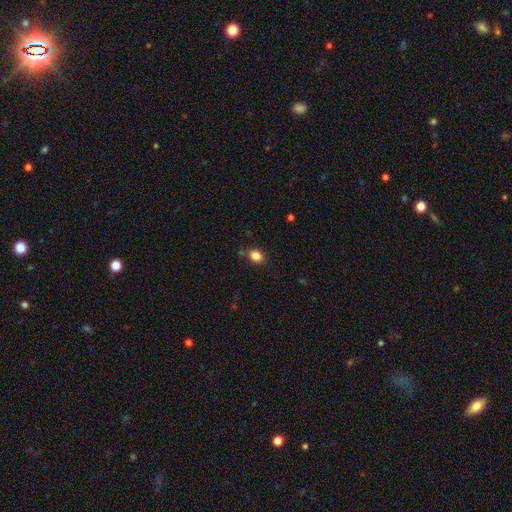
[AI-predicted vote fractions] Smooth or featured?
  - smooth: 84% *
  - star or artifact: 11%
  - featured or disk: 5%
How rounded?
  - in between: 54% *
  - round: 45%
  - cigar-shaped: 1%
Merging?
  - none: 82% *
  - minor disturbance: 11%
  - merger: 4%
  - major disturbance: 3%